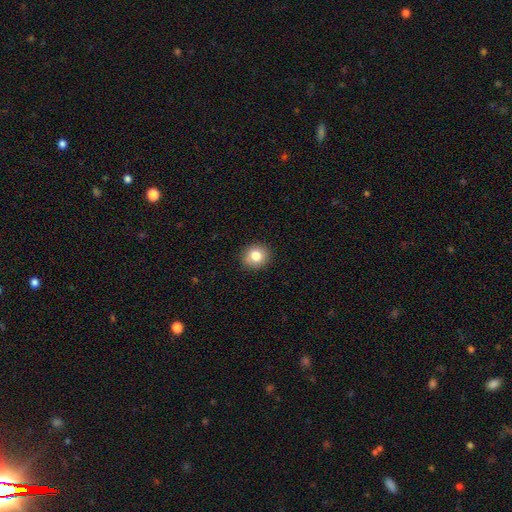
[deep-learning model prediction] smooth-or-featured: smooth: 81% | star or artifact: 10% | featured or disk: 9%
  how-rounded: round: 82% | in between: 17% | cigar-shaped: 1%
  merging: none: 90% | minor disturbance: 7% | major disturbance: 2% | merger: 1%